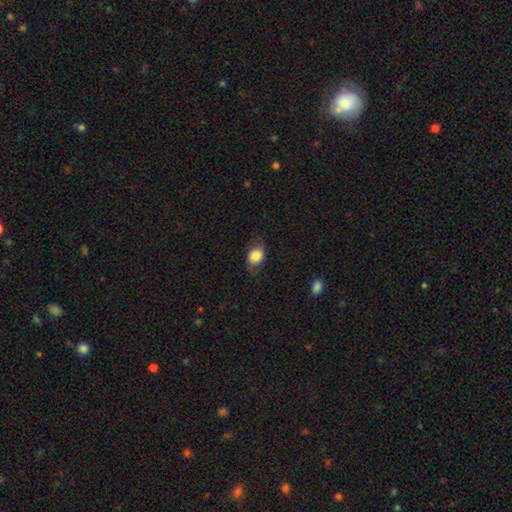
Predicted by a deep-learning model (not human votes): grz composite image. It shows a smooth galaxy with no disk features (74%) that is in between round and cigar-shaped (63%). Merging: none (67%).